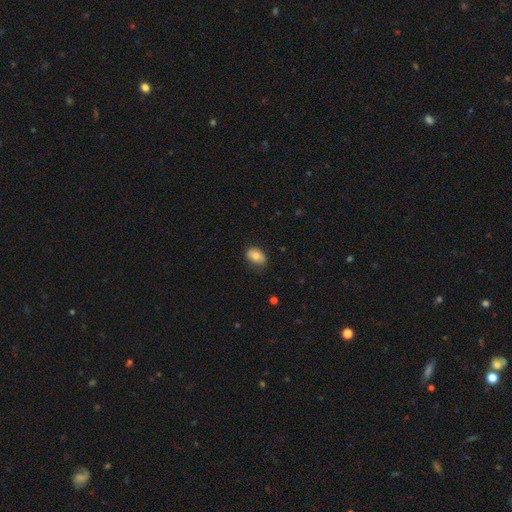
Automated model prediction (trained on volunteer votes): smooth_or_featured: smooth (p=0.77) [alt: featured or disk p=0.15]
how_rounded: in between (p=0.83) [alt: round p=0.16]
merging: none (p=0.73) [alt: minor disturbance p=0.21]